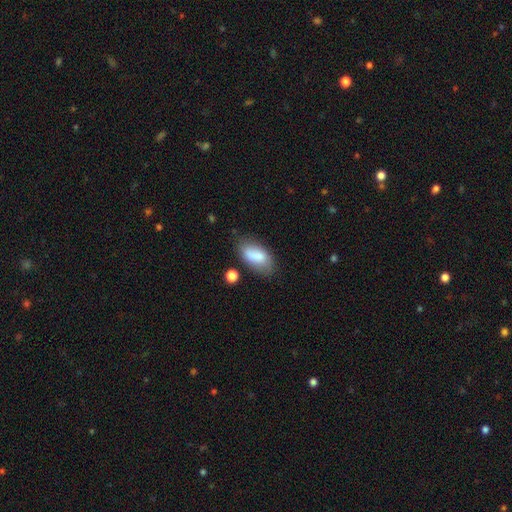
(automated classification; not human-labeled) smooth_or_featured: smooth (p=0.80) [alt: featured or disk p=0.12]
how_rounded: in between (p=0.92) [alt: cigar-shaped p=0.05]
merging: none (p=0.61) [alt: minor disturbance p=0.25]